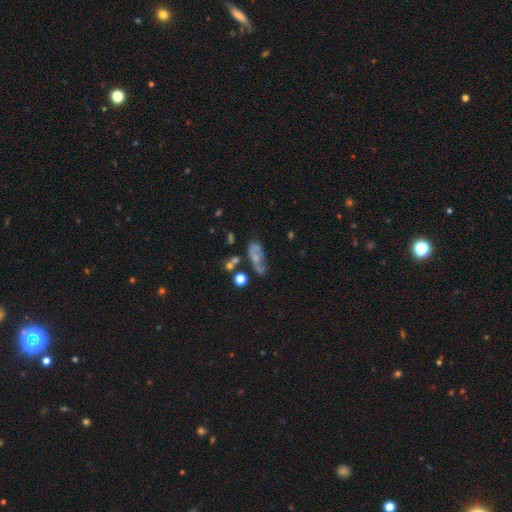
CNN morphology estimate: Smooth or featured? featured or disk (47%)
Merging? none (34%)